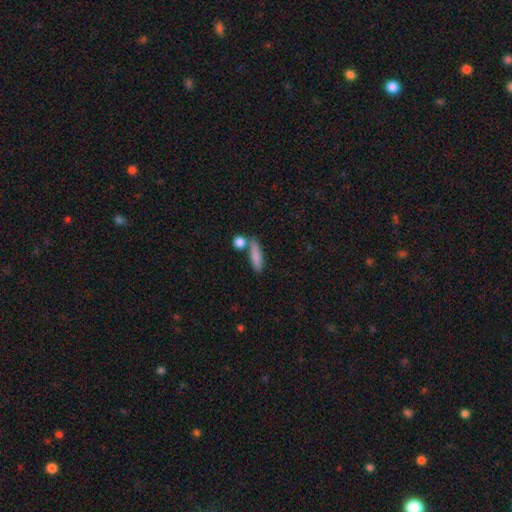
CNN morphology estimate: Q: Smooth or featured?
A: smooth (83%); runner-up: featured or disk (10%)
Q: How rounded?
A: cigar-shaped (56%); runner-up: in between (39%)
Q: Merging?
A: none (65%); runner-up: merger (19%)